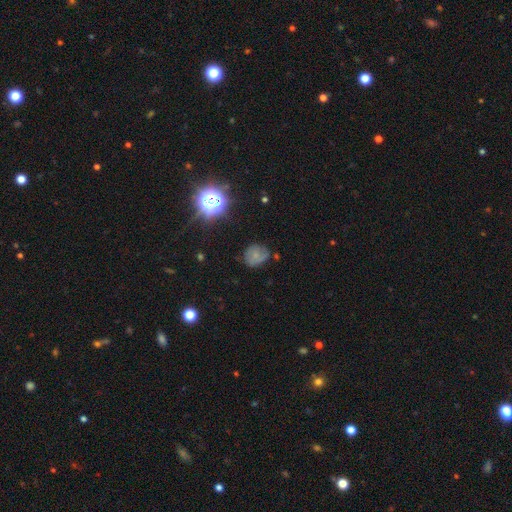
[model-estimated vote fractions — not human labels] Smooth or featured: smooth — 56% (featured or disk — 24%)
How rounded: round — 70% (in between — 29%)
Merging: none — 62% (minor disturbance — 26%)